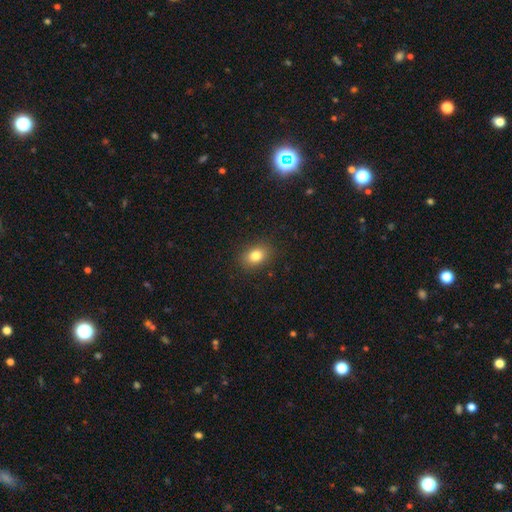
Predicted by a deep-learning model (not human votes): A smooth galaxy with no disk features (82%) that is in between round and cigar-shaped (71%). Merging: none (88%).